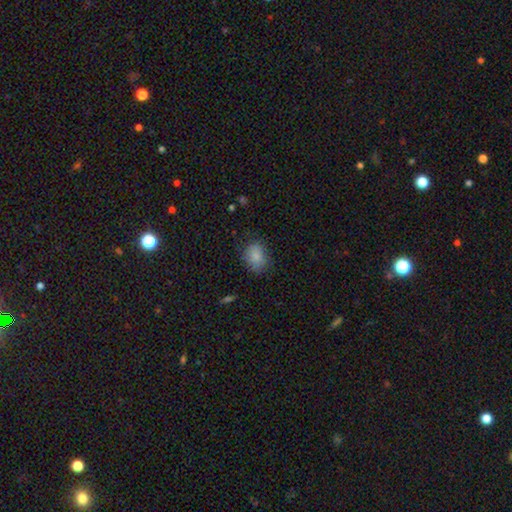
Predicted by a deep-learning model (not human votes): A smooth galaxy with no disk features (84%) that is in between round and cigar-shaped (57%). Merging: none (71%).